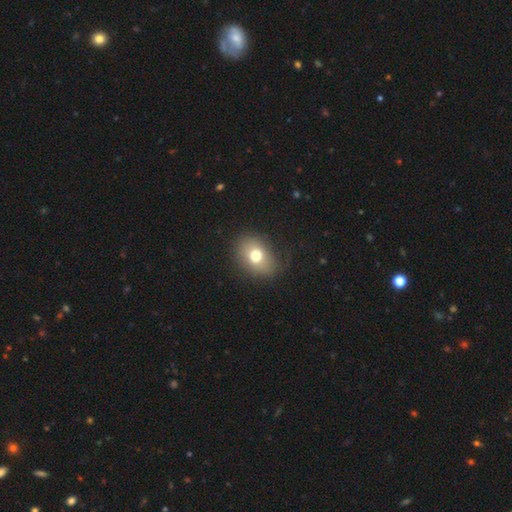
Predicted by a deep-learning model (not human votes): Smooth or featured? Predicted: smooth (p=0.72). How rounded? Predicted: in between (p=0.64). Merging? Predicted: none (p=0.74).